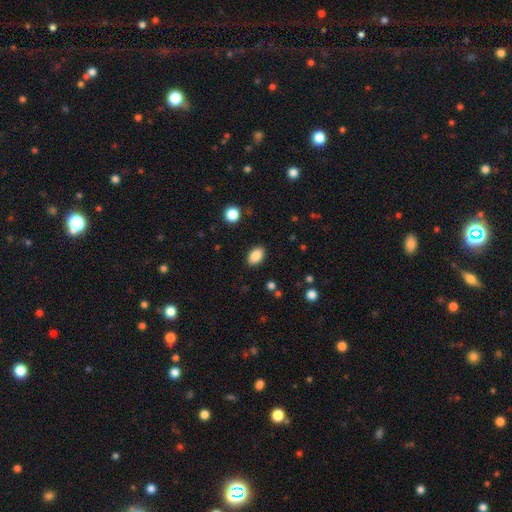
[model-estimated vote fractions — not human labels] Smooth or featured? Predicted: smooth (p=0.87). How rounded? Predicted: in between (p=0.87). Merging? Predicted: none (p=0.88).